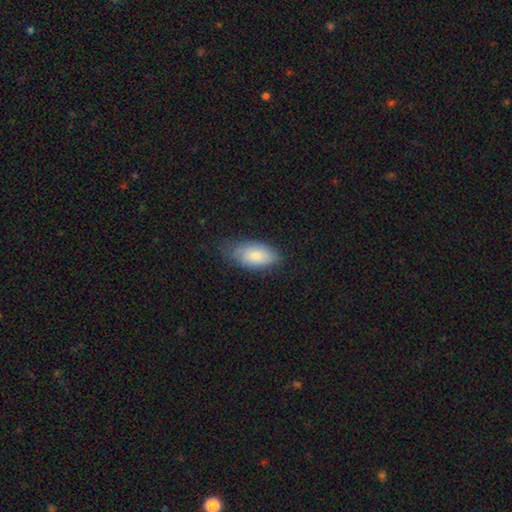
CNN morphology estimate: Smooth or featured?
  - smooth: 80% *
  - featured or disk: 14%
  - star or artifact: 6%
How rounded?
  - in between: 93% *
  - round: 4%
  - cigar-shaped: 3%
Merging?
  - none: 58% *
  - minor disturbance: 33%
  - major disturbance: 8%
  - merger: 1%